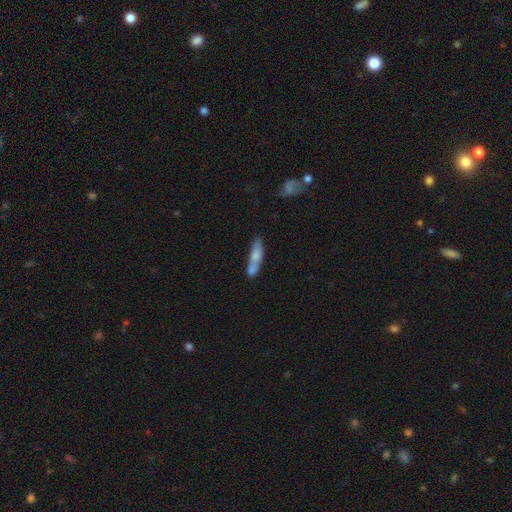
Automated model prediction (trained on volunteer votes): Smooth or featured? smooth (68%)
How rounded? cigar-shaped (70%)
Merging? none (41%)